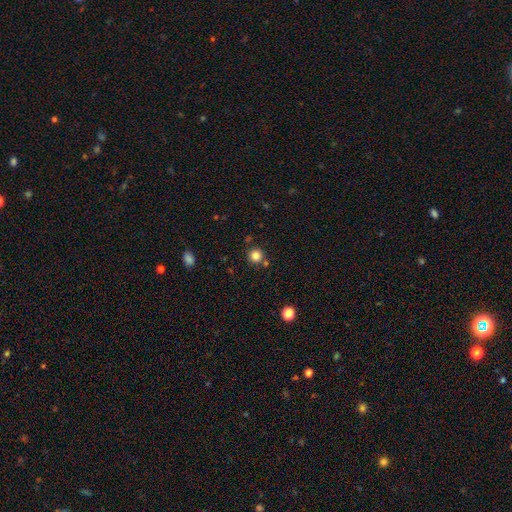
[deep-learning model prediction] Overall: smooth (83%). How rounded: round (94%). Merging: none (82%).